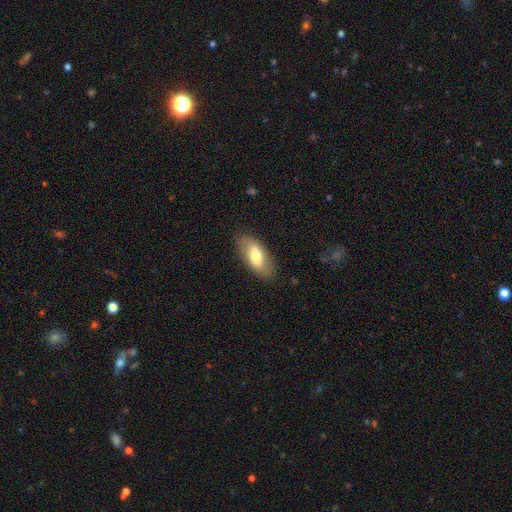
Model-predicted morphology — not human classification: Q: Smooth or featured?
A: smooth (64%); runner-up: featured or disk (30%)
Q: How rounded?
A: in between (88%); runner-up: cigar-shaped (9%)
Q: Merging?
A: none (82%); runner-up: minor disturbance (13%)